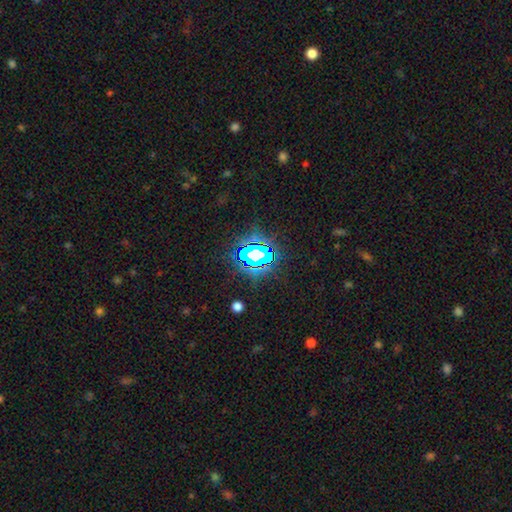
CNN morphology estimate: smooth_or_featured: star or artifact (p=0.72) [alt: smooth p=0.16]